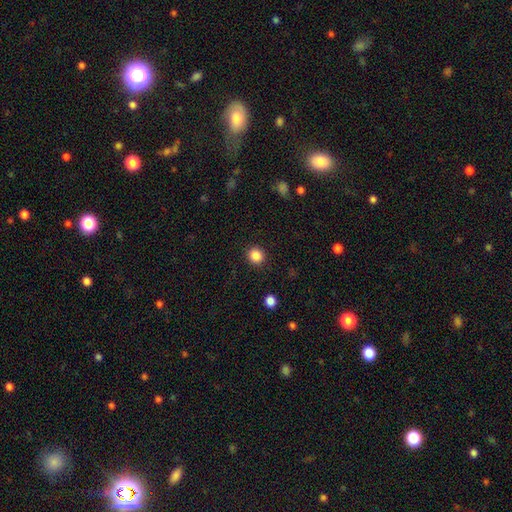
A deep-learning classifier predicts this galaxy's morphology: The model was most divided on "smooth or featured": smooth: 86%, star or artifact: 11%, featured or disk: 3%. More confident: merging — none (91%); how rounded — round (90%).